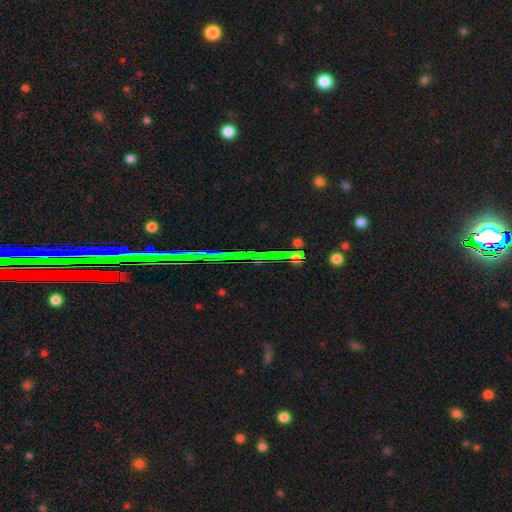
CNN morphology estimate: Overall: star or artifact (82%).